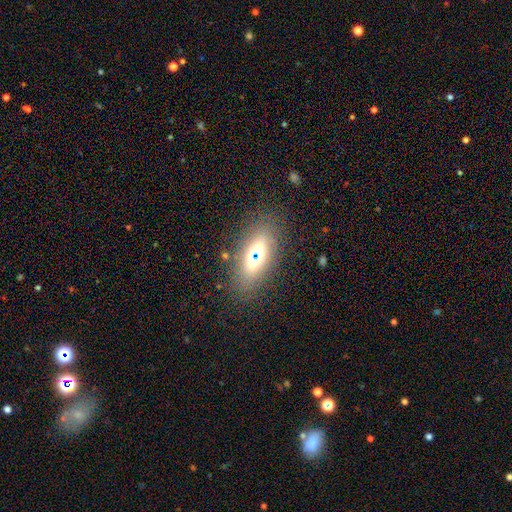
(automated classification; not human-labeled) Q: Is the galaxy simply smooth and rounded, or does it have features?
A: smooth — 55%.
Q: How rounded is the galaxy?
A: in between — 75%.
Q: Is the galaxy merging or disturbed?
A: none — 82%.